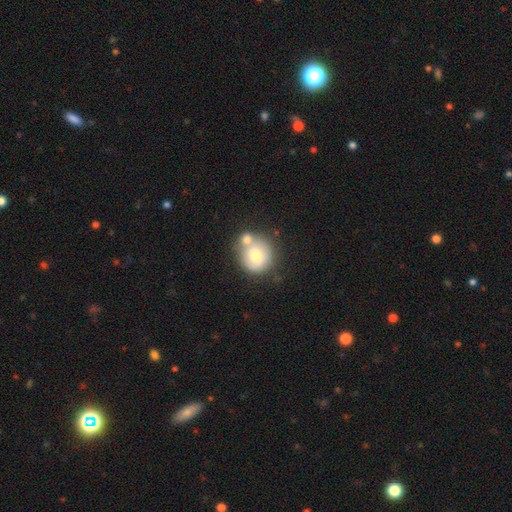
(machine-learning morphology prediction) smooth-or-featured: smooth: 69% | featured or disk: 24% | star or artifact: 7%
  how-rounded: round: 85% | in between: 14% | cigar-shaped: 1%
  merging: merger: 40% (tied) | none: 40% (tied) | minor disturbance: 15% | major disturbance: 6%